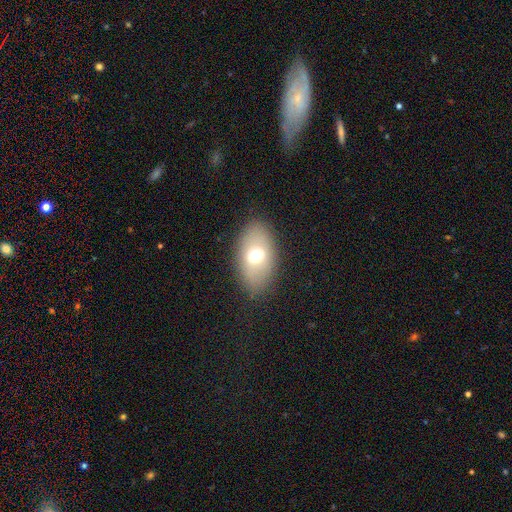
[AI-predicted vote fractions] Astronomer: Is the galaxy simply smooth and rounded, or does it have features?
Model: smooth — 63%.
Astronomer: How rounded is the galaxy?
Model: in between — 87%.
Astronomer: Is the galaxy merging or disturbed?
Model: none — 84%.